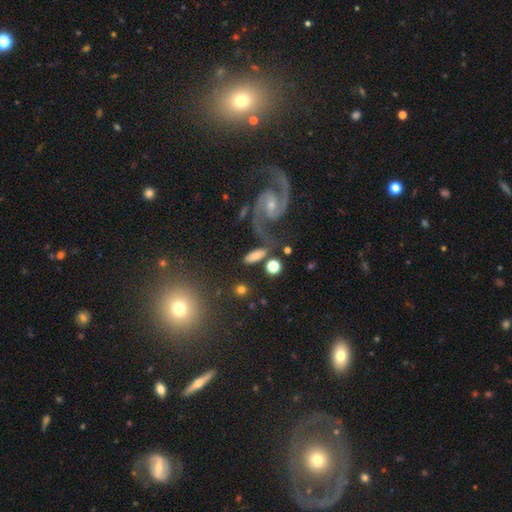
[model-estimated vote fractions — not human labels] This appears to be a smooth galaxy with no disk features (60%) that is in between round and cigar-shaped (77%). Merging: none (65%).